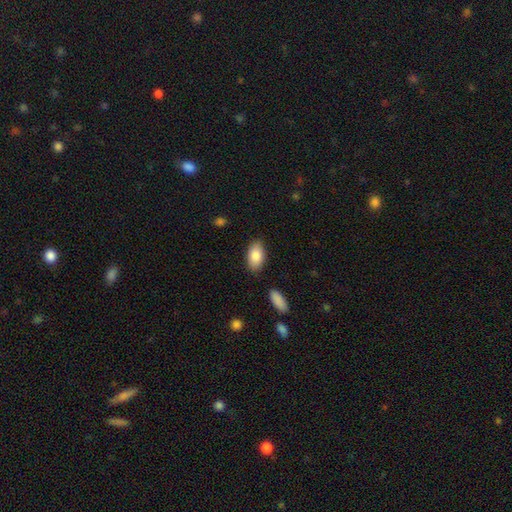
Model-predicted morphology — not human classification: Smooth or featured? smooth (85%)
How rounded? in between (94%)
Merging? none (85%)